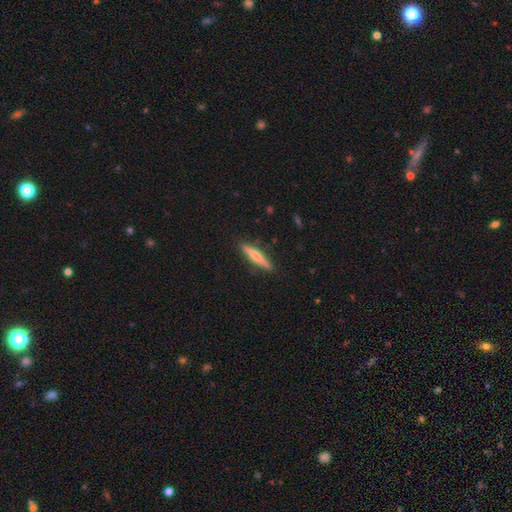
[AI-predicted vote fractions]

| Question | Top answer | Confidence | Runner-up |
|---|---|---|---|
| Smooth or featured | smooth | 50% | featured or disk (45%) |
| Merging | none | 89% | minor disturbance (8%) |